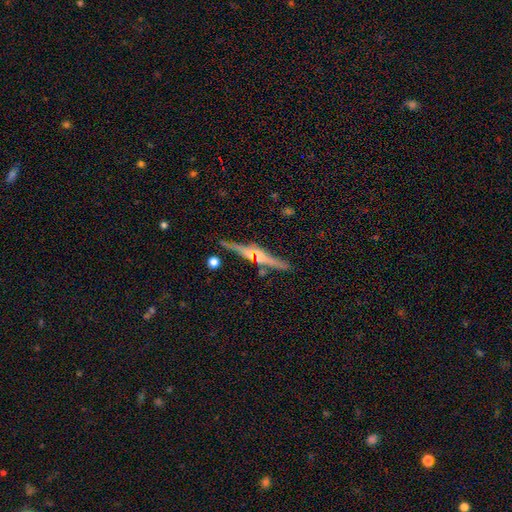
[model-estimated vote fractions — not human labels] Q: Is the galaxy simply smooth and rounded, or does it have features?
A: featured or disk — 69%.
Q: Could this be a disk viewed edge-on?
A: yes — 97%.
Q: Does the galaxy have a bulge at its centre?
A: rounded — 71%.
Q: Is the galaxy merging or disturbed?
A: none — 83%.